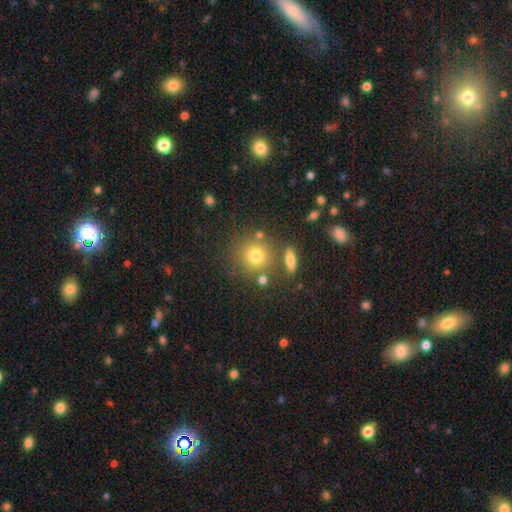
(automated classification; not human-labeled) Smooth or featured? smooth (74%)
How rounded? round (89%)
Merging? none (74%)